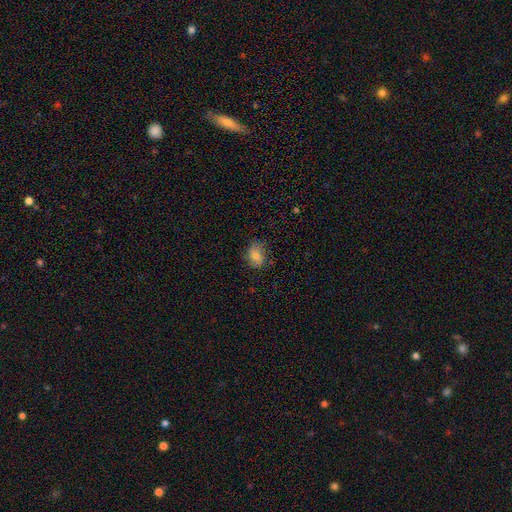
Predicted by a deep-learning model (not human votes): A smooth galaxy with no disk features (75%) that is in between round and cigar-shaped (70%). Merging: none (74%).